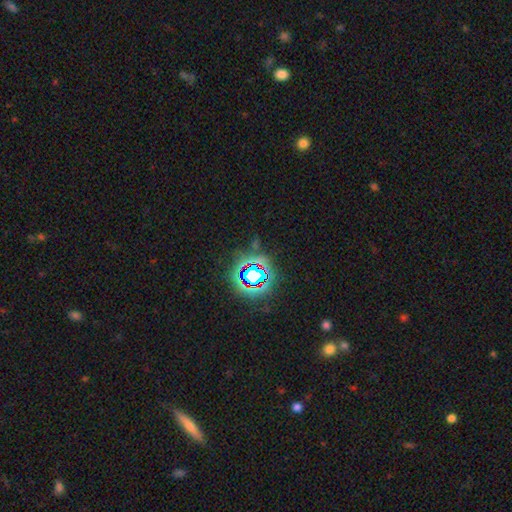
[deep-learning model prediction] A star or artifact, not a galaxy (79%).

Vote fractions:
- Smooth or featured? star or artifact: 79% / smooth: 12% / featured or disk: 9%